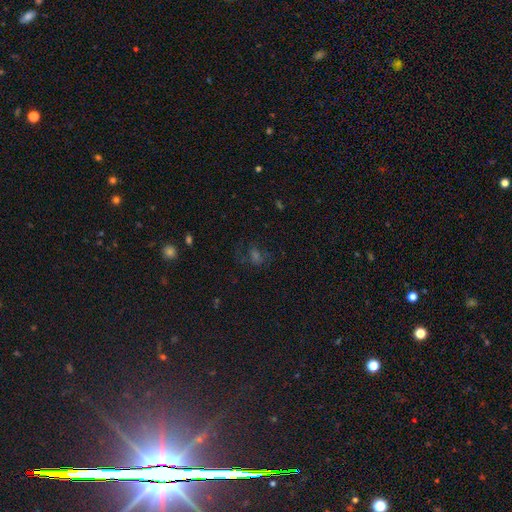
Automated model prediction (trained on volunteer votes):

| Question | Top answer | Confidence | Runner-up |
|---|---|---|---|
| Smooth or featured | star or artifact | 45% | smooth (32%) |